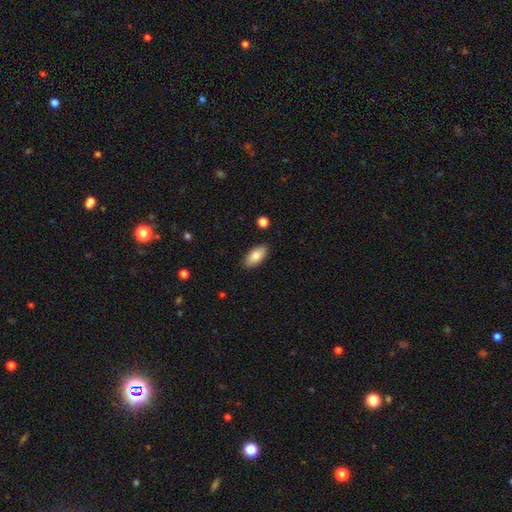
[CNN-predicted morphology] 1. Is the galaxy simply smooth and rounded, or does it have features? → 82% smooth, 12% featured or disk, 7% star or artifact.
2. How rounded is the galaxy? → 93% in between, 5% cigar-shaped, 3% round.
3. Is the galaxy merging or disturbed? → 88% none, 9% minor disturbance, 2% major disturbance, 1% merger.